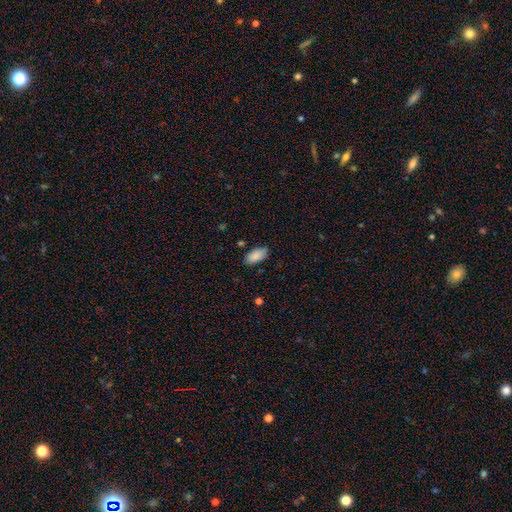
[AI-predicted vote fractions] Smooth or featured? Predicted: smooth (p=0.87). How rounded? Predicted: in between (p=0.93). Merging? Predicted: none (p=0.80).